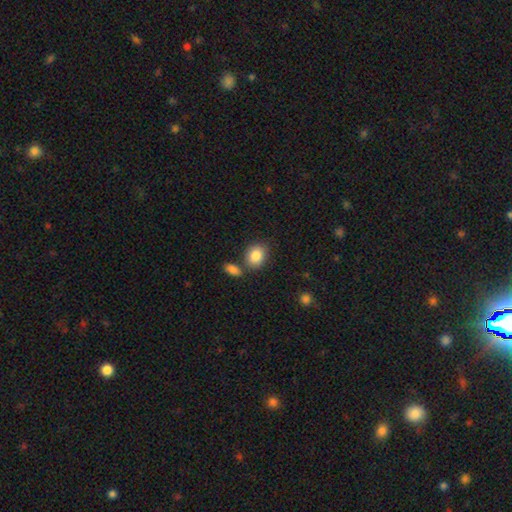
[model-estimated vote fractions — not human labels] Smooth or featured? Predicted: smooth (p=0.86). How rounded? Predicted: in between (p=0.59). Merging? Predicted: none (p=0.68).